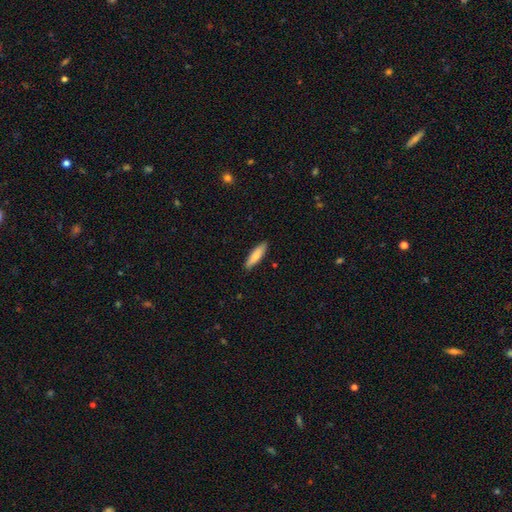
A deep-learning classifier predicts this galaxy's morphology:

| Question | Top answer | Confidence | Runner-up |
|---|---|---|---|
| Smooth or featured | smooth | 80% | featured or disk (15%) |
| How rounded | cigar-shaped | 68% | in between (30%) |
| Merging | none | 89% | minor disturbance (8%) |